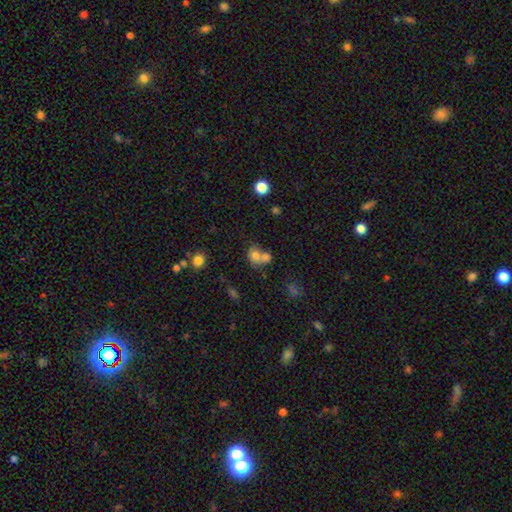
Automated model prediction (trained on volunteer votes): smooth_or_featured: smooth (p=0.72) [alt: featured or disk p=0.16]
how_rounded: round (p=0.55) [alt: in between p=0.44]
merging: merger (p=0.60) [alt: none p=0.26]